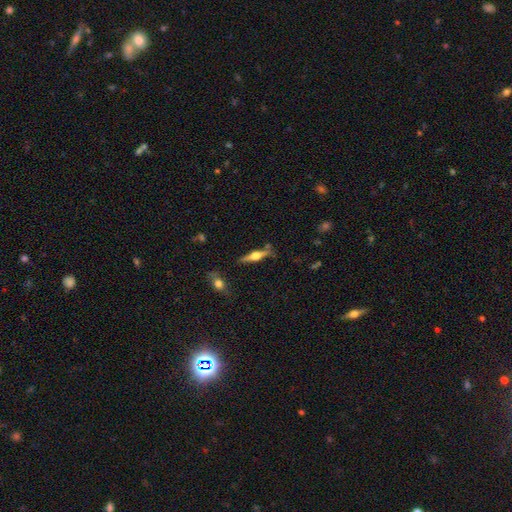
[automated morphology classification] Smooth or featured: featured or disk — 66% (smooth — 29%)
Edge-on disk: yes — 96% (no — 4%)
Edge-on bulge: rounded — 94% (boxy — 4%)
Merging: none — 79% (minor disturbance — 13%)